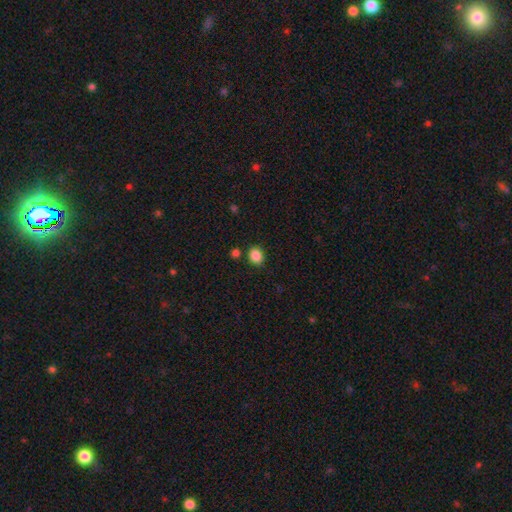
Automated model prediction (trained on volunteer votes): smooth-or-featured: smooth: 87% | star or artifact: 10% | featured or disk: 3%
  how-rounded: round: 65% | in between: 34% | cigar-shaped: 1%
  merging: none: 84% | minor disturbance: 9% | merger: 4% | major disturbance: 3%